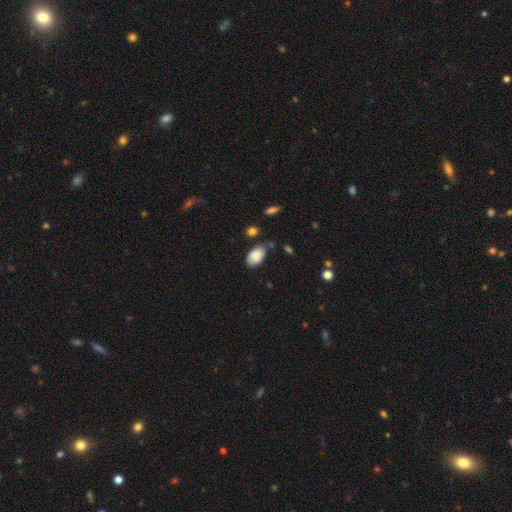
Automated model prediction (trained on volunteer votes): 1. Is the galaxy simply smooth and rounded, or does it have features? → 88% smooth, 7% star or artifact, 5% featured or disk.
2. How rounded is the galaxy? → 92% in between, 7% round, 1% cigar-shaped.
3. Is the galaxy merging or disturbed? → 68% none, 22% minor disturbance, 5% merger, 5% major disturbance.